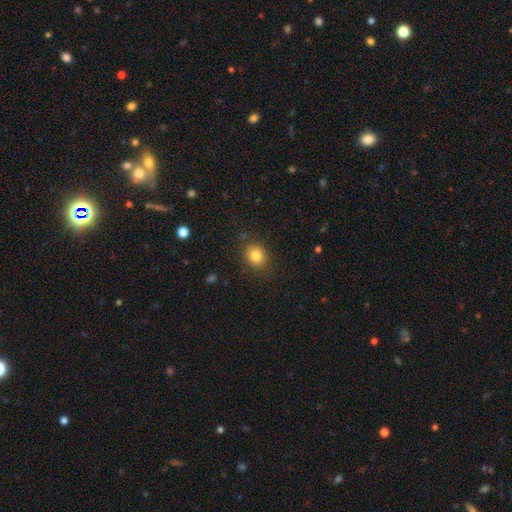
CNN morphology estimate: smooth_or_featured: smooth (p=0.82) [alt: star or artifact p=0.11]
how_rounded: round (p=0.62) [alt: in between p=0.37]
merging: none (p=0.84) [alt: minor disturbance p=0.11]